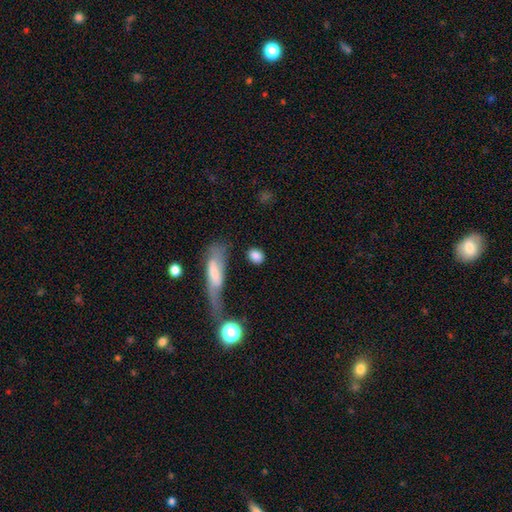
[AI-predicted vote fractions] A smooth galaxy with no disk features (84%) that is in between round and cigar-shaped (56%). Merging: none (72%).